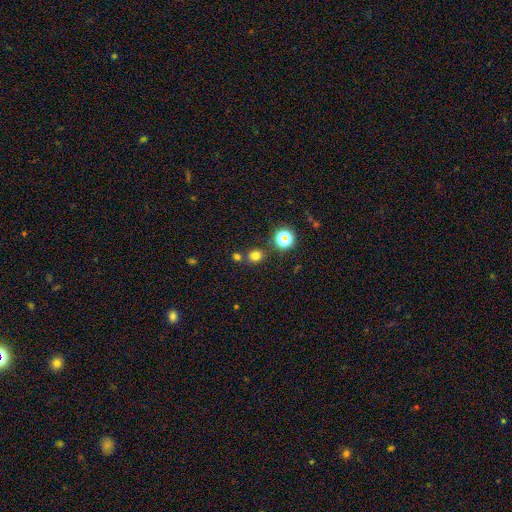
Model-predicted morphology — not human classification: This appears to be a smooth galaxy with no disk features (73%) that is round (75%). Merging: none (75%).